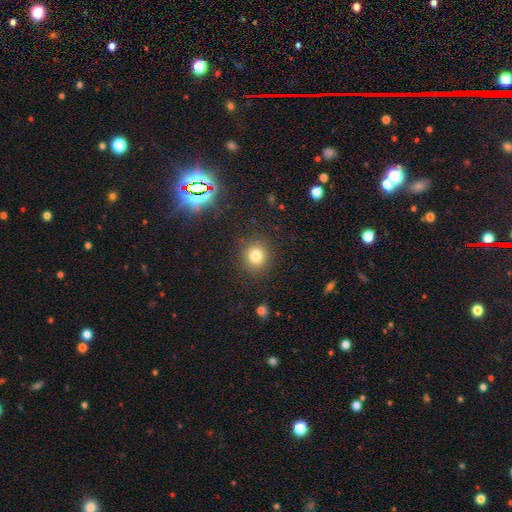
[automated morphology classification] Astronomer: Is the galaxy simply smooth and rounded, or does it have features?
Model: smooth — 78%.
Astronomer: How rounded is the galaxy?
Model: round — 85%.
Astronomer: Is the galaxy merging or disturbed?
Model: none — 88%.